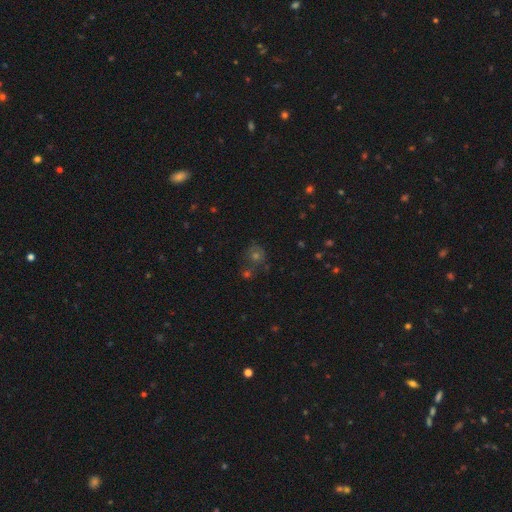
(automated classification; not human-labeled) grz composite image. It shows a smooth galaxy with no disk features (44%). Merging: none (67%).